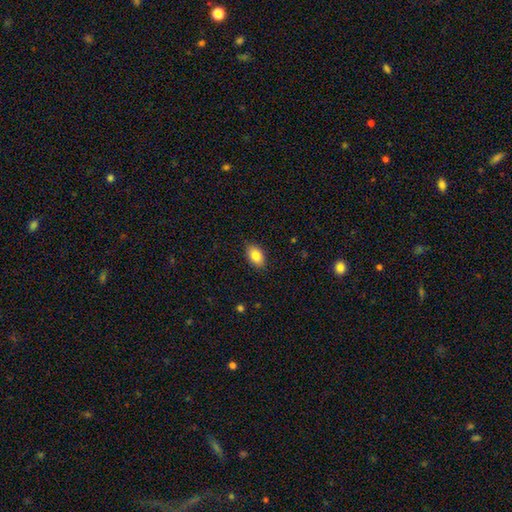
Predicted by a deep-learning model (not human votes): Smooth or featured: smooth — 84% (featured or disk — 8%)
How rounded: in between — 88% (round — 10%)
Merging: none — 87% (minor disturbance — 10%)